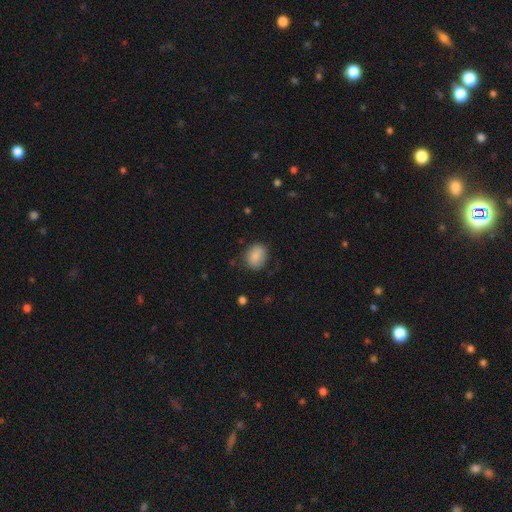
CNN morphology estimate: Overall: smooth (82%). How rounded: in between (54%; round 45%). Merging: none (74%).